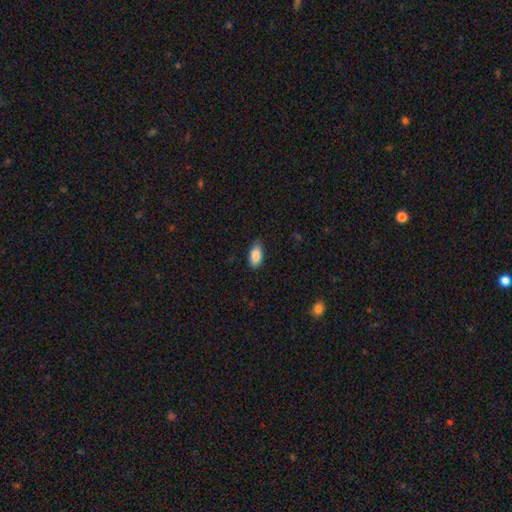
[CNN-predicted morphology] type=smooth (88%); roundness=in between (91%); merging=none (75%).